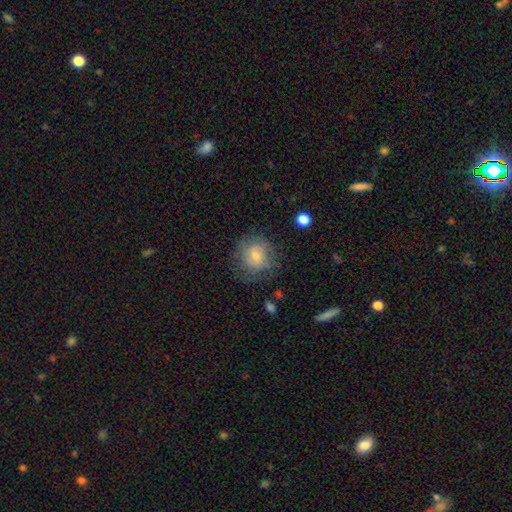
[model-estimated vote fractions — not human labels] Smooth or featured?
  - smooth: 56% *
  - featured or disk: 34%
  - star or artifact: 10%
How rounded?
  - round: 83% *
  - in between: 16%
  - cigar-shaped: 1%
Merging?
  - none: 70% *
  - minor disturbance: 18%
  - major disturbance: 10%
  - merger: 1%